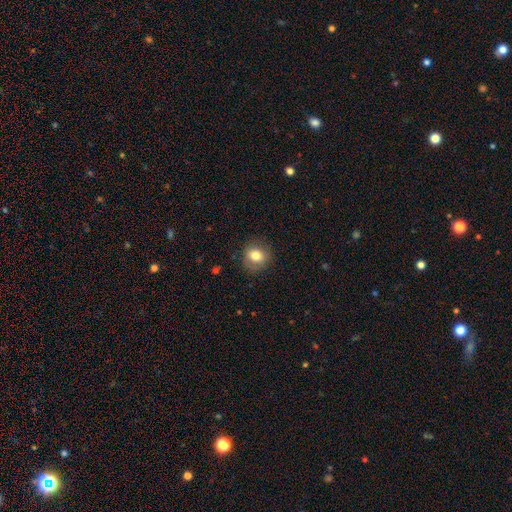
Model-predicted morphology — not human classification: A smooth galaxy with no disk features (78%) that is round (74%). Merging: none (83%).